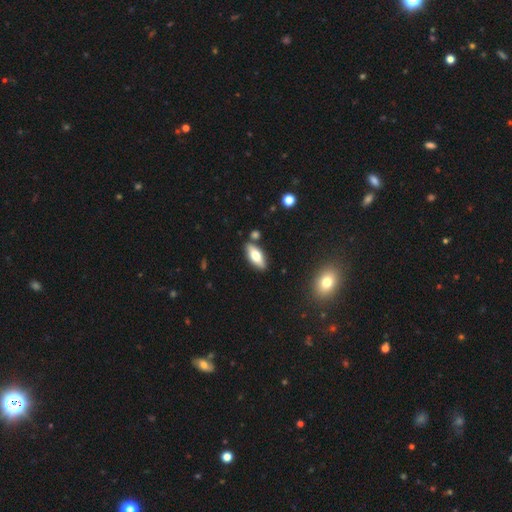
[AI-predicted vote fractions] Q: Smooth or featured?
A: smooth (61%); runner-up: featured or disk (33%)
Q: How rounded?
A: in between (72%); runner-up: cigar-shaped (25%)
Q: Merging?
A: none (82%); runner-up: minor disturbance (10%)